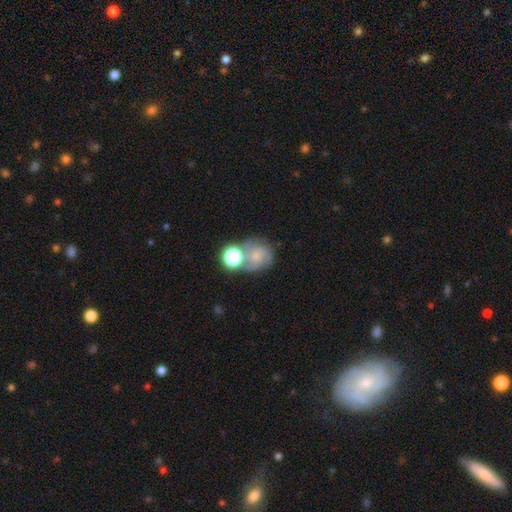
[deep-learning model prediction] A smooth galaxy with no disk features (43%). Merging: none (44%).